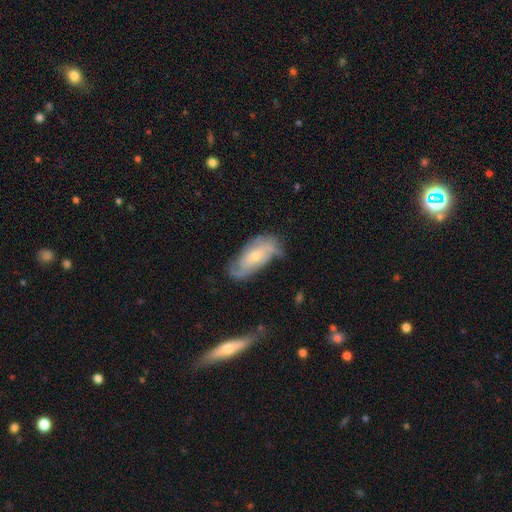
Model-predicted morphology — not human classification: This is likely a featured or disk galaxy (70%). It is clearly not viewed edge-on (91%). Bar: likely no (66%). Spiral arm pattern: clearly yes (88%). Spiral arm count: possibly 2 (48%). Spiral winding: marginally medium (39%). Central bulge: likely small (61%). Merging: possibly none (59%).